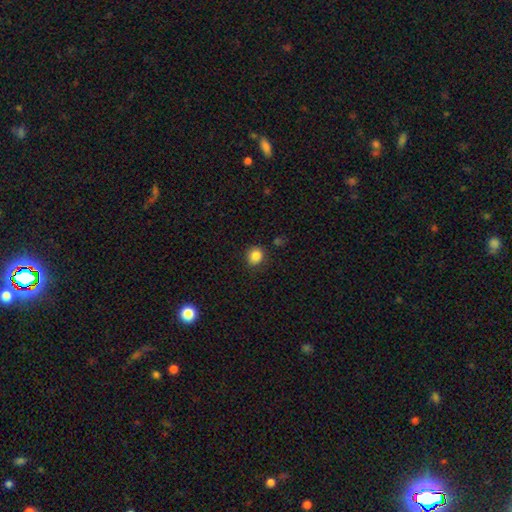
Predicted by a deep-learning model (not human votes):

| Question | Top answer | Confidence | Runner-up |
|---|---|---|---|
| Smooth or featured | smooth | 85% | star or artifact (11%) |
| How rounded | round | 79% | in between (20%) |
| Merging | none | 83% | minor disturbance (12%) |